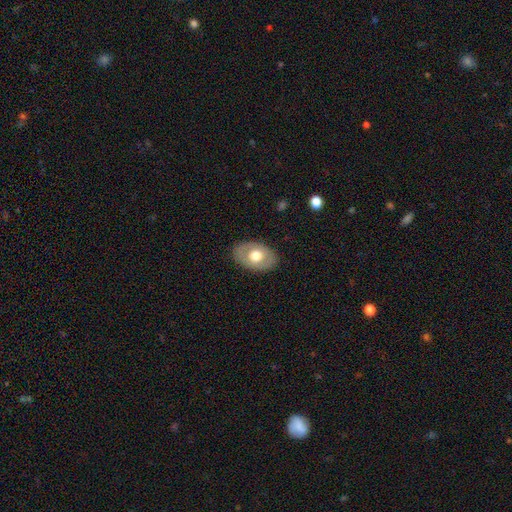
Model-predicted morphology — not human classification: smooth_or_featured: smooth (p=0.55) [alt: featured or disk p=0.39]
how_rounded: in between (p=0.82) [alt: round p=0.16]
merging: none (p=0.83) [alt: minor disturbance p=0.12]